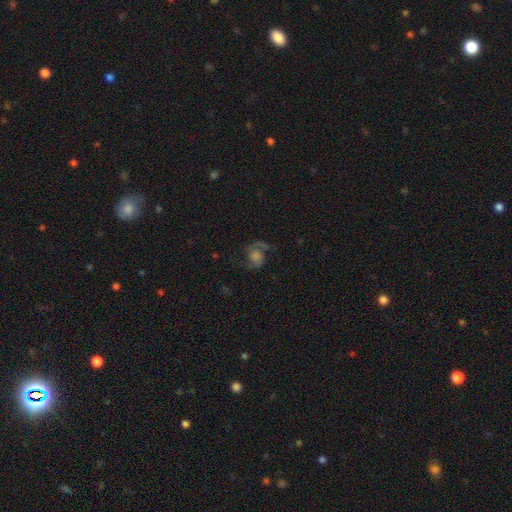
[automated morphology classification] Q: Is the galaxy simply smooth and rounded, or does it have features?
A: featured or disk — 70%.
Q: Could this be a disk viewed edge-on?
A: no — 97%.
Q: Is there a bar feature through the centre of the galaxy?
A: no — 70%.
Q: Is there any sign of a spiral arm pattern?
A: yes — 94%.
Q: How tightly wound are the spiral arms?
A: medium — 48%.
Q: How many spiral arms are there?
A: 2 — 84%.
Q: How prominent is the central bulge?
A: moderate — 33%.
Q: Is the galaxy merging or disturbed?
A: none — 68%.